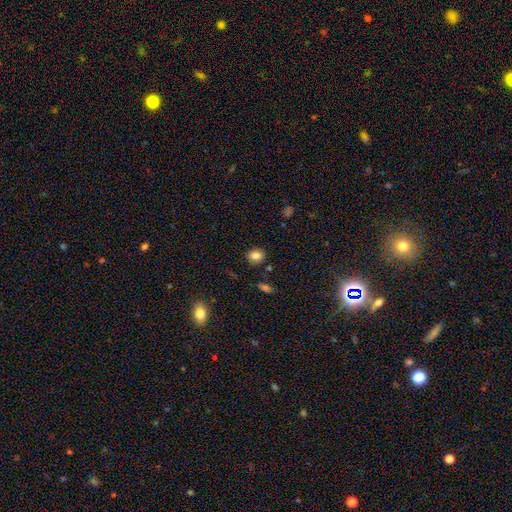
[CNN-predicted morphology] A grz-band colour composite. It shows a smooth galaxy with no disk features (83%) that is round (58%). Merging: none (86%).